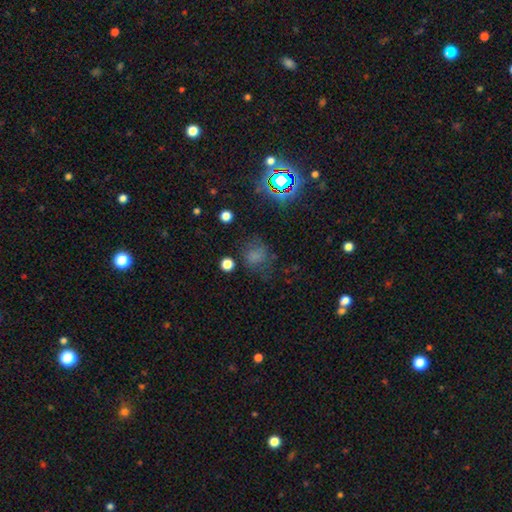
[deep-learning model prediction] Smooth or featured: smooth — 61% (star or artifact — 27%)
How rounded: round — 69% (in between — 30%)
Merging: none — 58% (minor disturbance — 22%)